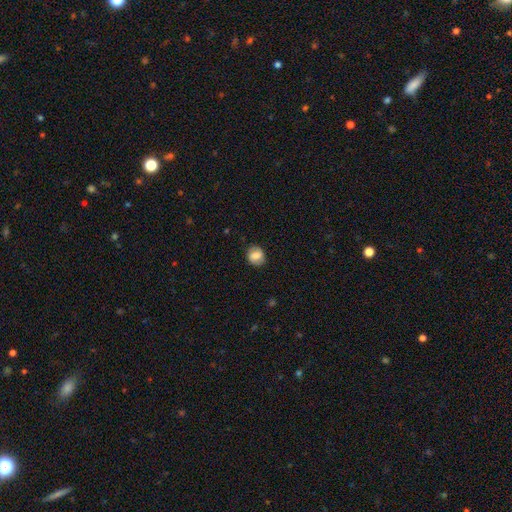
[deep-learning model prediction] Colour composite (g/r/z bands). It shows a smooth galaxy with no disk features (69%) that is round (69%). Merging: none (83%).